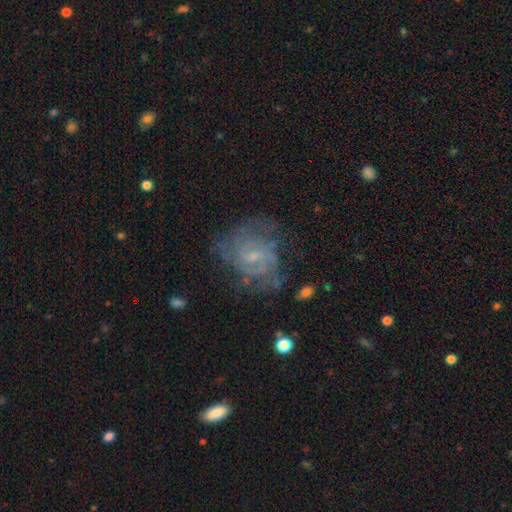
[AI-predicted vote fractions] This appears to be a featured or disk galaxy (73%) with no bar (47%), tight (46%) spiral arms (84%) and a small central bulge (66%). Merging: none (60%).